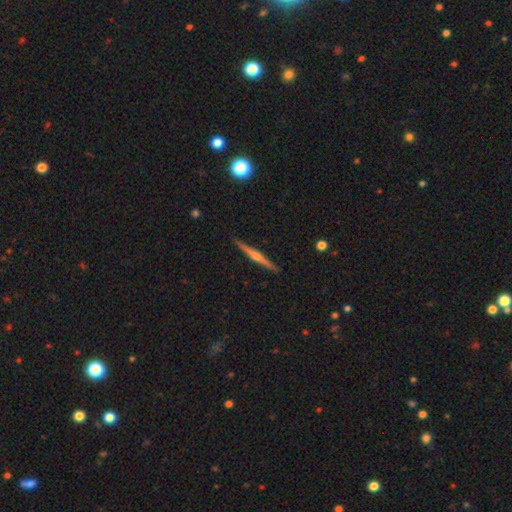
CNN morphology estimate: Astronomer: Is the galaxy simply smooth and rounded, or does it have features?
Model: featured or disk — 80%.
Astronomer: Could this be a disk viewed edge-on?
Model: yes — 98%.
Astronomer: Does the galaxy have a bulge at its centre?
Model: rounded — 86%.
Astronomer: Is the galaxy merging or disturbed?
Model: none — 92%.